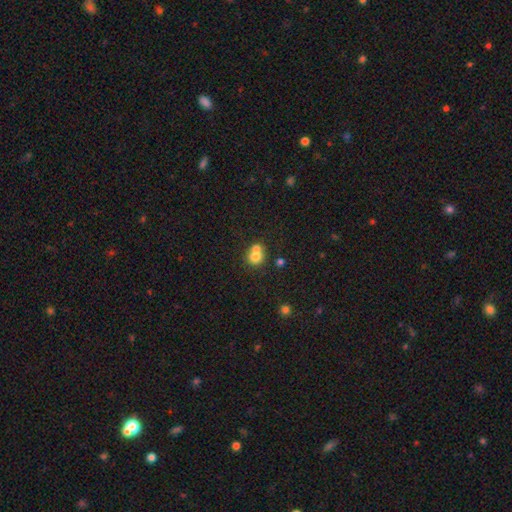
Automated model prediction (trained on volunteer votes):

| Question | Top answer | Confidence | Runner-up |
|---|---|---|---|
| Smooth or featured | smooth | 73% | featured or disk (15%) |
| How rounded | round | 76% | in between (23%) |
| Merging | merger | 58% | none (32%) |